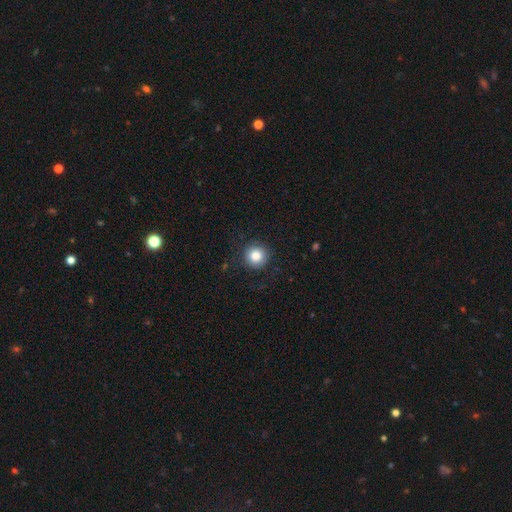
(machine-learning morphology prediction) Smooth or featured? Predicted: smooth (p=0.83). How rounded? Predicted: round (p=0.94). Merging? Predicted: none (p=0.86).